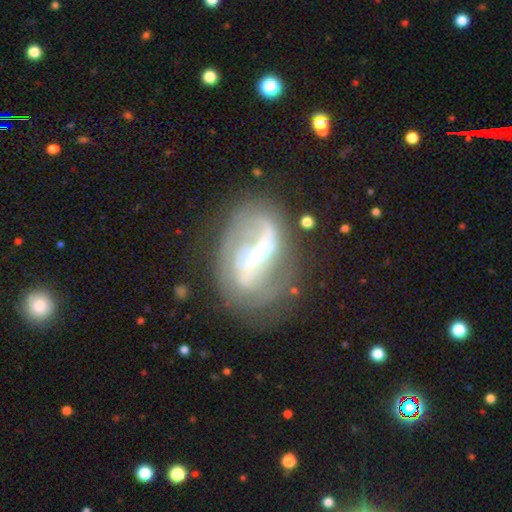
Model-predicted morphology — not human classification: Smooth or featured? featured or disk (78%)
Edge-on disk? no (93%)
Bar? strong (60%)
Spiral arms? yes (76%)
Spiral winding? loose (36%, tied with medium)
Spiral arm count? 2 (56%)
Bulge size? small (50%)
Merging? none (59%)